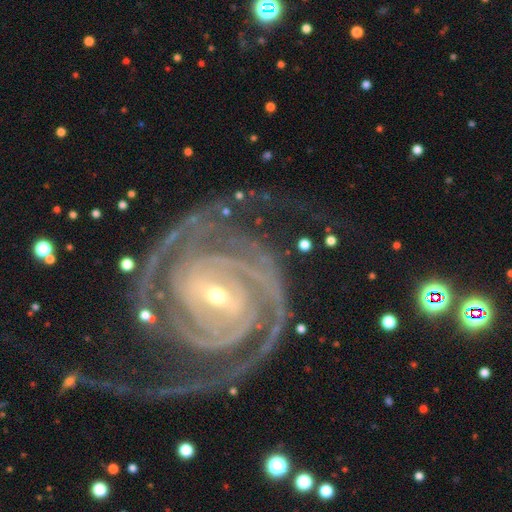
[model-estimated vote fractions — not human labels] A featured or disk galaxy (93%) with a strong bar (45%), 2 (63%) tight (78%) spiral arms (99%) and a small central bulge (66%).

Vote fractions:
- Smooth or featured? featured or disk: 93% / star or artifact: 4% / smooth: 3%
- Edge-on disk? no: 98% / yes: 2%
- Bar? strong: 45% / weak: 36% / no: 20%
- Spiral arms? yes: 99% / no: 1%
- Spiral winding? tight: 78% / medium: 19% / loose: 3%
- Spiral arm count? 2: 63% / 3: 12% / can't tell: 8% / 4: 7% / more than 4: 5% / 1: 5%
- Bulge size? small: 66% / moderate: 30% / large: 2% / none: 1% / dominant: 1%
- Merging? none: 68% / minor disturbance: 15% / major disturbance: 14% / merger: 3%